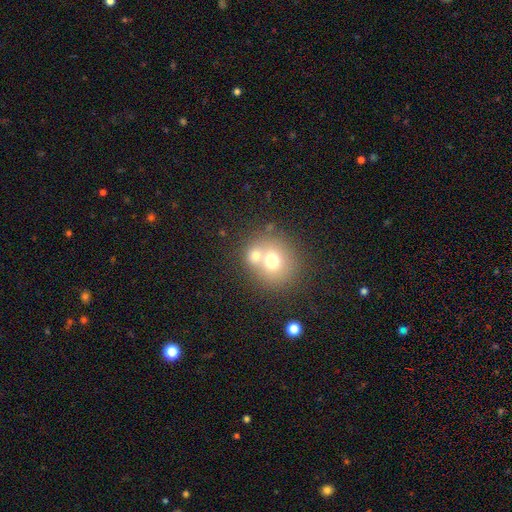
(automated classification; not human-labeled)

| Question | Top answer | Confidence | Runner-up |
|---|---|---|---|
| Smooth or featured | smooth | 67% | featured or disk (20%) |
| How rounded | round | 79% | in between (20%) |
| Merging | merger | 50% | none (39%) |